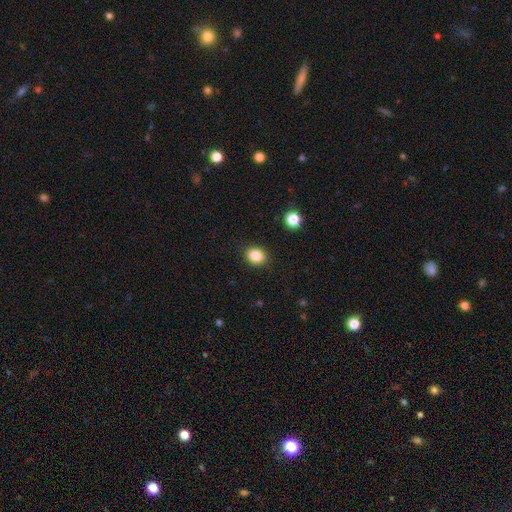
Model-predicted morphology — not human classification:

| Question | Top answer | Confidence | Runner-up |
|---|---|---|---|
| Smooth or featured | smooth | 86% | star or artifact (10%) |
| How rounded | round | 51% | in between (48%) |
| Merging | none | 89% | minor disturbance (7%) |